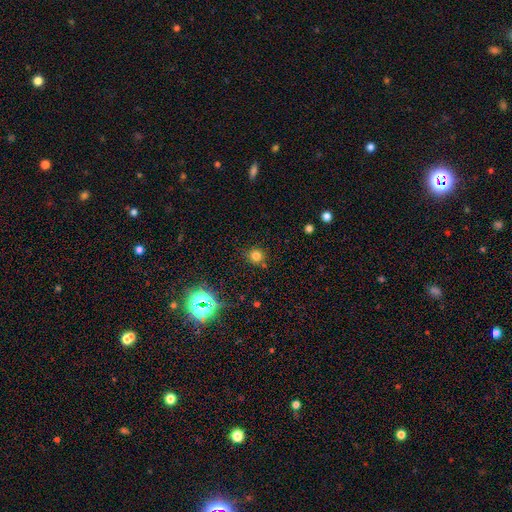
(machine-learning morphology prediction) This is likely a smooth galaxy (74%). How rounded: clearly round (91%). Merging: clearly none (82%).